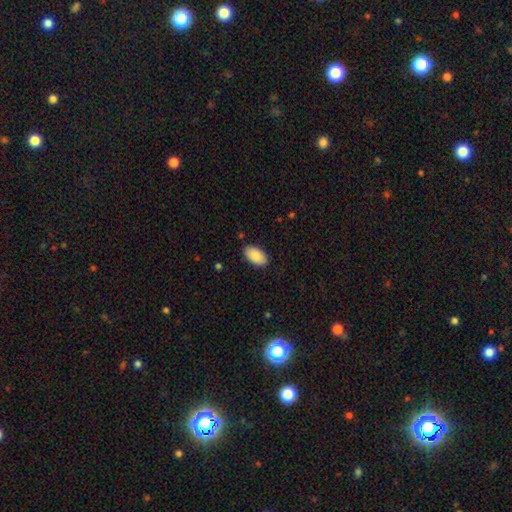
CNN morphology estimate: type=smooth (87%); roundness=in between (95%); merging=none (86%).